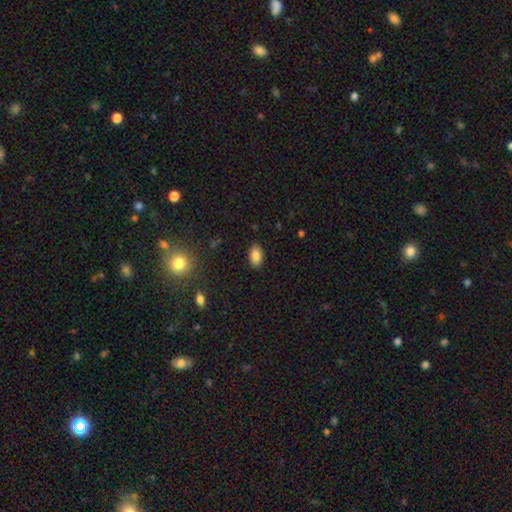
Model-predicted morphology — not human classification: Q: Smooth or featured?
A: smooth (83%); runner-up: star or artifact (9%)
Q: How rounded?
A: in between (91%); runner-up: round (7%)
Q: Merging?
A: none (88%); runner-up: minor disturbance (9%)